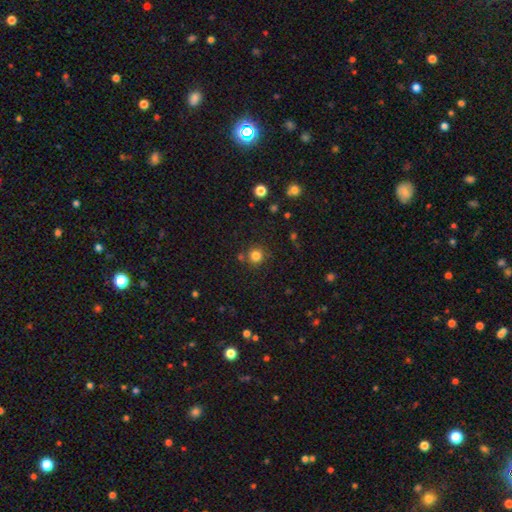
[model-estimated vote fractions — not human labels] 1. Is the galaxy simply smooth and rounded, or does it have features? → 81% smooth, 13% star or artifact, 5% featured or disk.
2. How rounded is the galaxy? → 93% round, 6% in between, 1% cigar-shaped.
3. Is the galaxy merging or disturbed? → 80% none, 8% merger, 8% minor disturbance, 3% major disturbance.